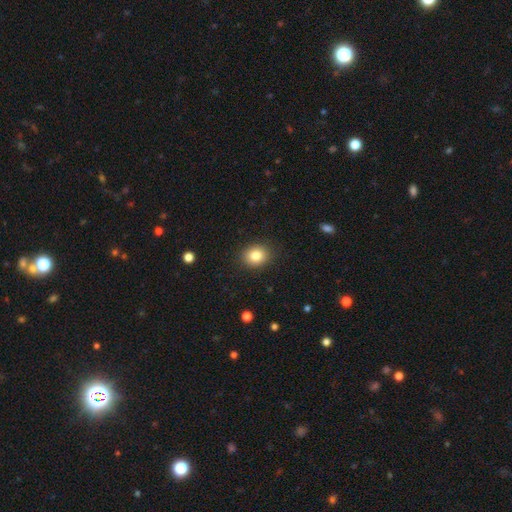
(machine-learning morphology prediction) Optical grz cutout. It shows a smooth galaxy with no disk features (83%) that is round (61%). Merging: none (88%).